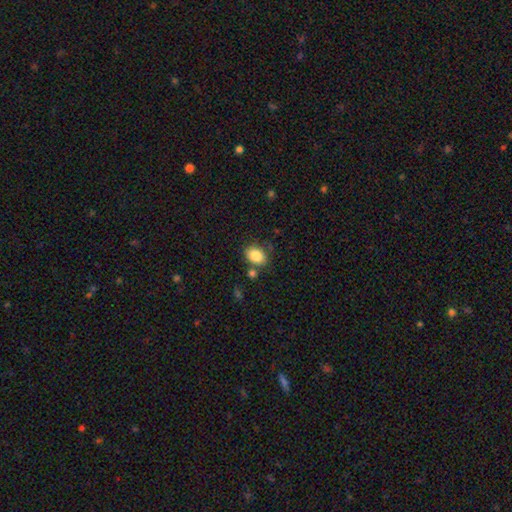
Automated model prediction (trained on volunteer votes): A smooth galaxy with no disk features (85%) that is in between round and cigar-shaped (74%). Merging: none (73%).